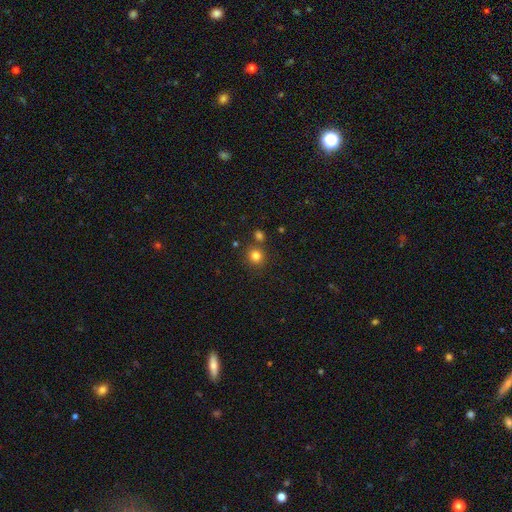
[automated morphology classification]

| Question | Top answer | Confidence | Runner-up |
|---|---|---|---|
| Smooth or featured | smooth | 82% | star or artifact (13%) |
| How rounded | round | 88% | in between (11%) |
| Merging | none | 78% | merger (11%) |